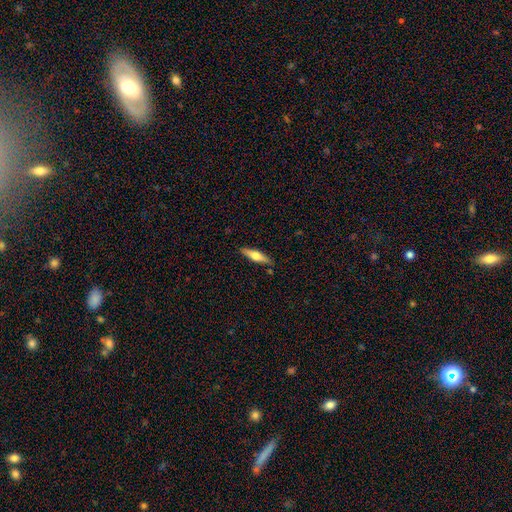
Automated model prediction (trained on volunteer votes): A smooth galaxy with no disk features (48%). Merging: none (86%).